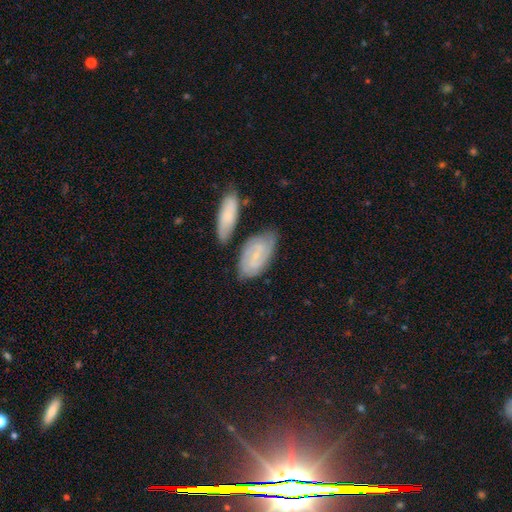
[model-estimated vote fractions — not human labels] A featured or disk galaxy (63%) with no bar (47%), 2 (50%) tight (56%) spiral arms (89%) and a small central bulge (74%). Merging: none (64%).